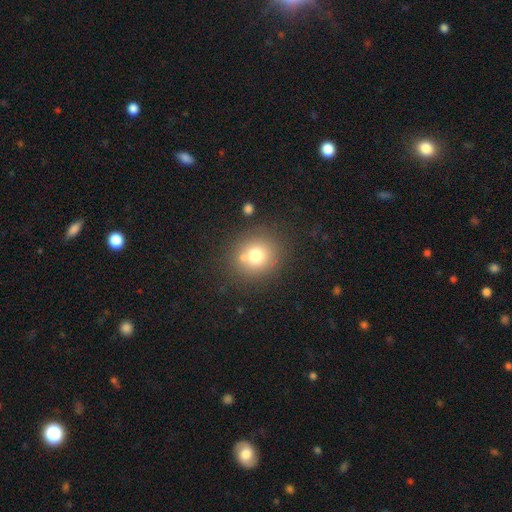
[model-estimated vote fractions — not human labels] Overall: smooth (74%). How rounded: round (86%). Merging: none (75%).